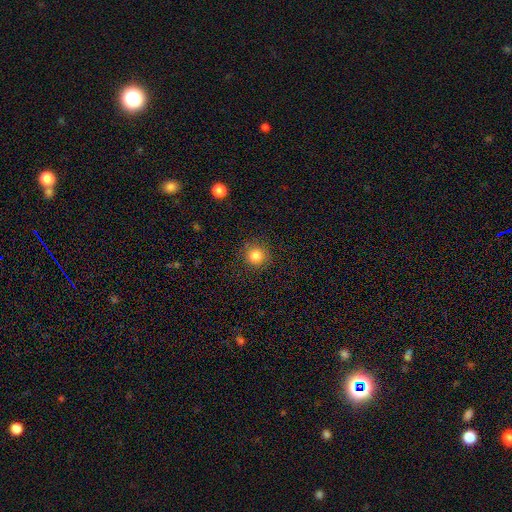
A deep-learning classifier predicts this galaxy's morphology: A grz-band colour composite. It shows a smooth galaxy with no disk features (83%) that is round (93%). Merging: none (89%).